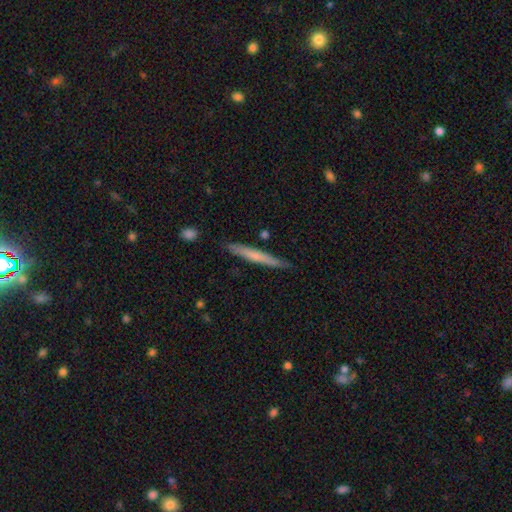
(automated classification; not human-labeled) Morphology: type=smooth (57%); roundness=cigar-shaped (96%); merging=none (86%).